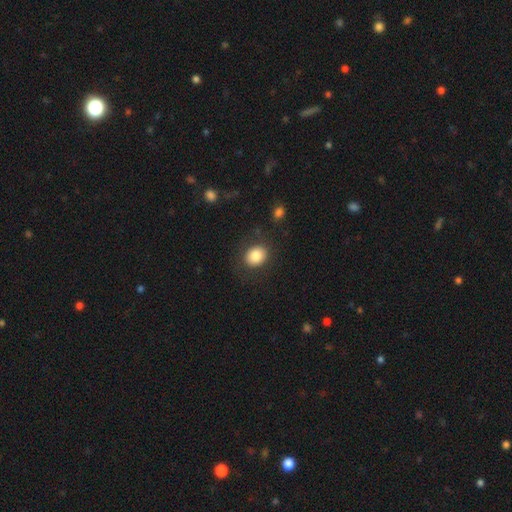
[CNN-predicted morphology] smooth_or_featured: smooth (p=0.83) [alt: star or artifact p=0.09]
how_rounded: round (p=0.63) [alt: in between p=0.36]
merging: none (p=0.84) [alt: minor disturbance p=0.10]